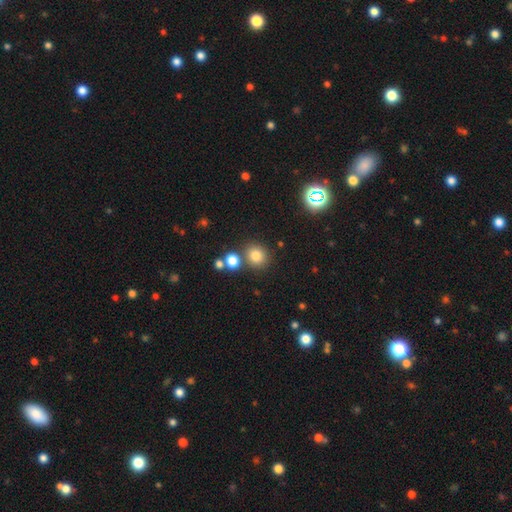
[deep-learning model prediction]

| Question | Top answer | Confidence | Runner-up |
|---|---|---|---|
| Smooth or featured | smooth | 78% | star or artifact (15%) |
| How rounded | round | 83% | in between (17%) |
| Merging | none | 74% | merger (13%) |